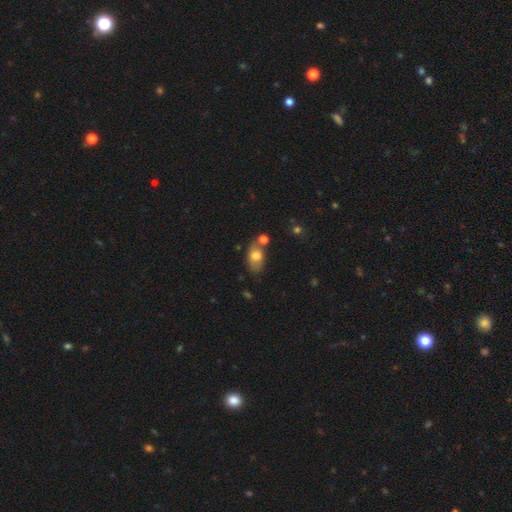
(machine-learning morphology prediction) Smooth or featured: smooth — 72% (featured or disk — 19%)
How rounded: in between — 86% (round — 12%)
Merging: none — 51% (minor disturbance — 22%)